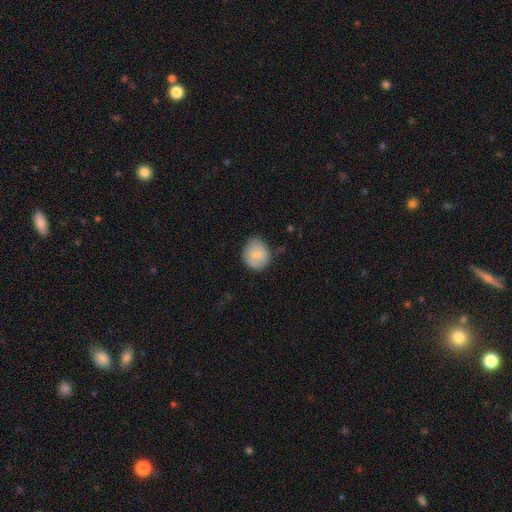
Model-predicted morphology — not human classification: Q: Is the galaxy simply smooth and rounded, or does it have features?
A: smooth — 76%.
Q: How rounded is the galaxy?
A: round — 75%.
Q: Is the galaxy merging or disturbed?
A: none — 74%.